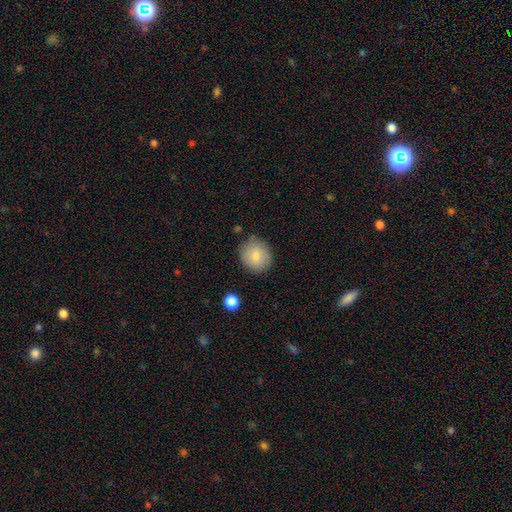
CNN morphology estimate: Smooth or featured? Predicted: smooth (p=0.80). How rounded? Predicted: round (p=0.77). Merging? Predicted: none (p=0.75).